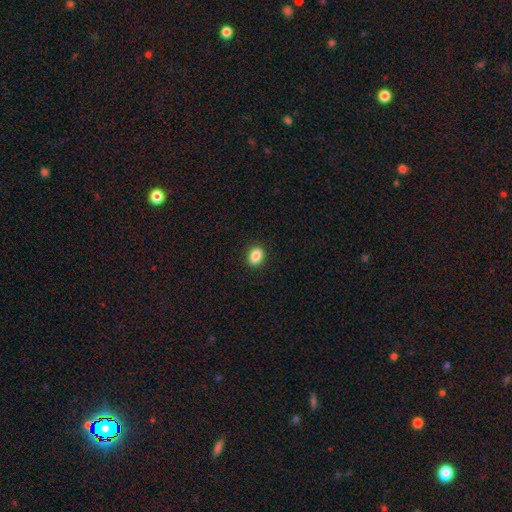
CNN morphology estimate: smooth 87%, star or artifact 9%, featured or disk 4%. Down the decision tree: how rounded — in between (66%); merging — none (91%).